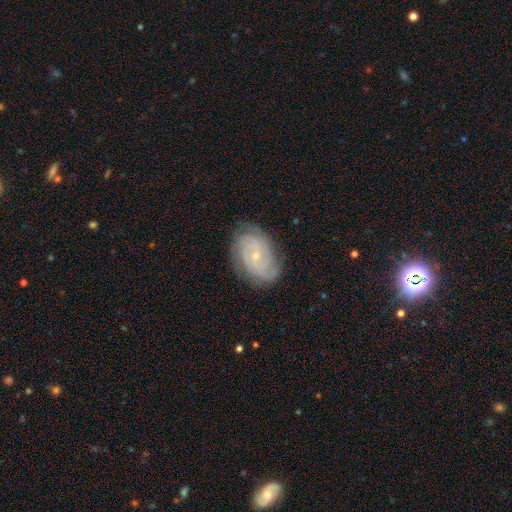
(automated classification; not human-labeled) Smooth or featured? featured or disk (80%)
Edge-on disk? no (97%)
Bar? no (72%)
Spiral arms? yes (95%)
Spiral winding? tight (69%)
Spiral arm count? can't tell (32%)
Bulge size? small (78%)
Merging? none (79%)